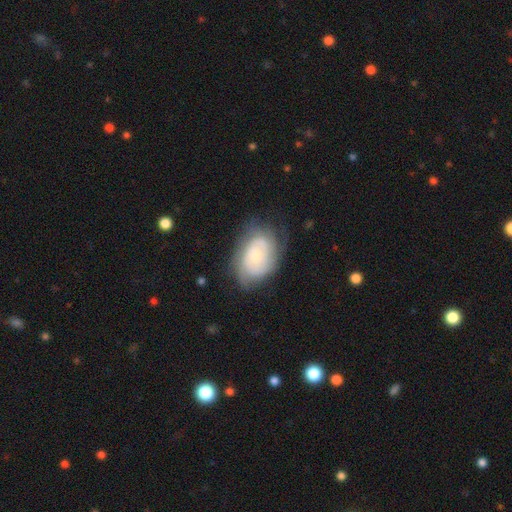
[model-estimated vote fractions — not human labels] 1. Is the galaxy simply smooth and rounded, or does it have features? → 63% featured or disk, 30% smooth, 7% star or artifact.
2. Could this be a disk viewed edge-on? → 96% no, 4% yes.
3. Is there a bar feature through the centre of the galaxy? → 78% no, 19% weak, 3% strong.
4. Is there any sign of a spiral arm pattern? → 86% yes, 14% no.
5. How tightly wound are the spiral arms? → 61% tight, 29% medium, 11% loose.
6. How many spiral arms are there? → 46% can't tell, 28% 2, 13% 3, 5% 4, 5% 1, 4% more than 4.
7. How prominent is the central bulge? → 67% small, 22% moderate, 5% none, 4% large, 2% dominant.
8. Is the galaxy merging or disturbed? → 66% none, 22% minor disturbance, 10% major disturbance, 2% merger.